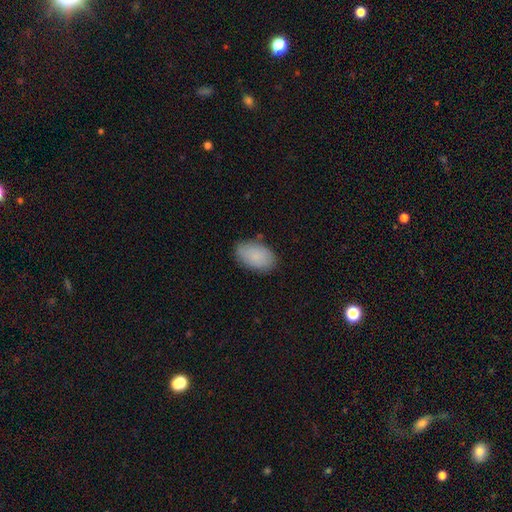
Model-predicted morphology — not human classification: Smooth or featured?
  - smooth: 84% *
  - featured or disk: 9%
  - star or artifact: 7%
How rounded?
  - in between: 92% *
  - round: 7%
  - cigar-shaped: 1%
Merging?
  - none: 81% *
  - minor disturbance: 15%
  - major disturbance: 3%
  - merger: 2%